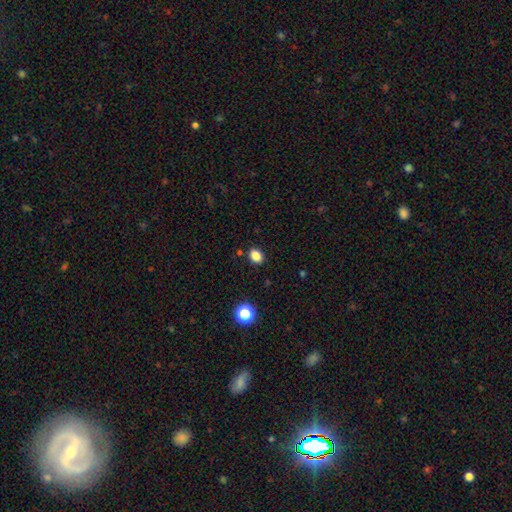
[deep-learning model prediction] smooth 85%, star or artifact 12%, featured or disk 4%. Down the decision tree: how rounded — in between (62%); merging — none (88%).